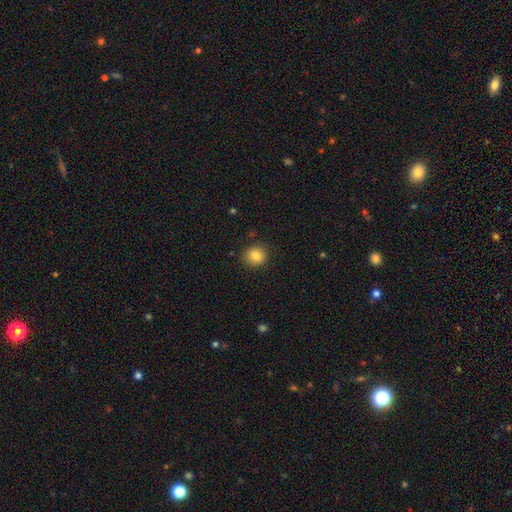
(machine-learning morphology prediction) A smooth galaxy with no disk features (84%) that is round (83%).

Vote fractions:
- Smooth or featured? smooth: 84% / star or artifact: 10% / featured or disk: 6%
- How rounded? round: 83% / in between: 16% / cigar-shaped: 1%
- Merging? none: 88% / minor disturbance: 9% / major disturbance: 2% / merger: 1%